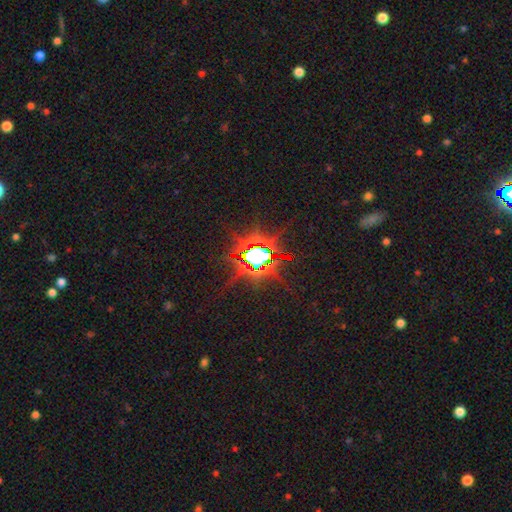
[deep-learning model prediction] This is clearly a star or artifact rather than a galaxy (81%).